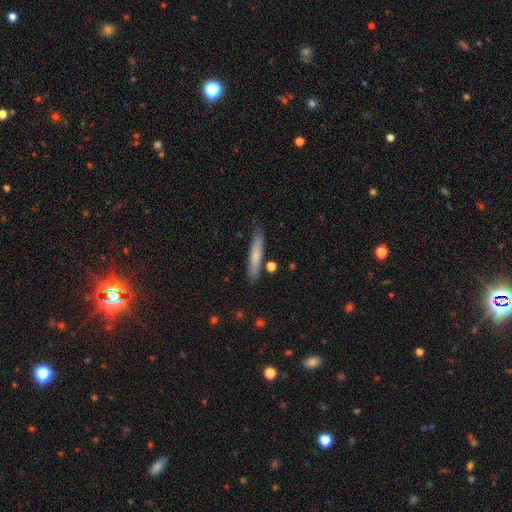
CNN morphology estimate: Q: Smooth or featured?
A: smooth (67%); runner-up: featured or disk (27%)
Q: How rounded?
A: cigar-shaped (91%); runner-up: in between (7%)
Q: Merging?
A: none (81%); runner-up: minor disturbance (13%)